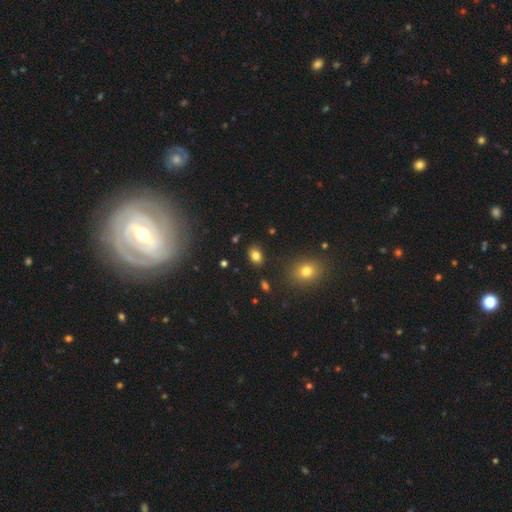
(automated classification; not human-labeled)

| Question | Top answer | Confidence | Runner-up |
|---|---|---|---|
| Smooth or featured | smooth | 82% | star or artifact (11%) |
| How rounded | in between | 79% | round (20%) |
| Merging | none | 86% | minor disturbance (9%) |